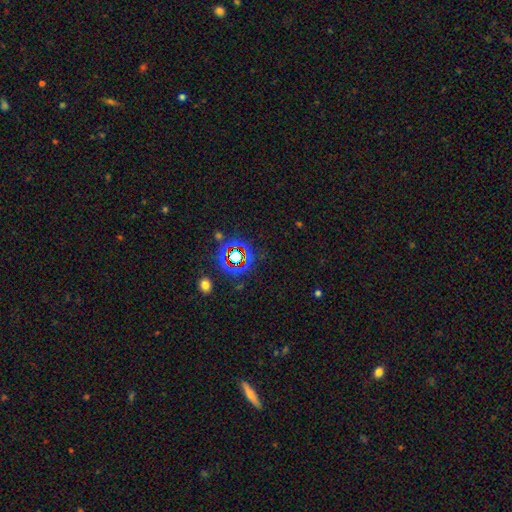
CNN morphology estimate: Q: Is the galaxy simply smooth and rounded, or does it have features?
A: star or artifact — 61%.